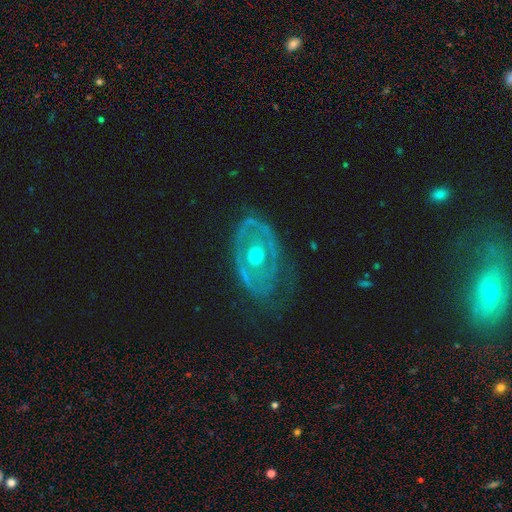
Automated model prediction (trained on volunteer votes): smooth-or-featured: featured or disk: 78% | smooth: 17% | star or artifact: 5%
  disk-edge-on: no: 95% | yes: 5%
    bar: no: 87% | weak: 10% | strong: 3%
    has-spiral-arms: no: 52% | yes: 48%
    bulge-size: moderate: 70% | small: 18% | large: 10% | none: 2% | dominant: 1%
  merging: none: 64% | minor disturbance: 21% | major disturbance: 13% | merger: 2%